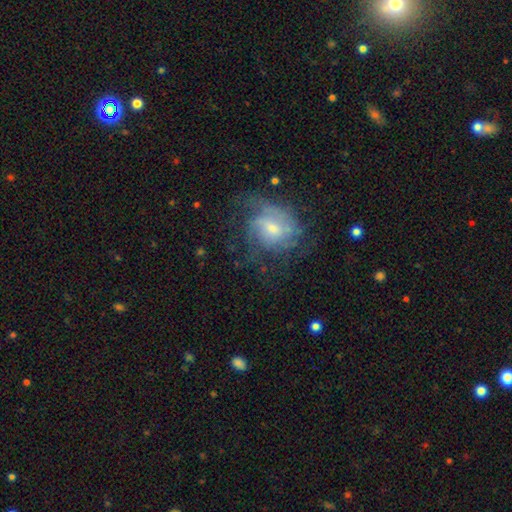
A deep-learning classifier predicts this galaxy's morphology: smooth-or-featured: featured or disk: 61% | star or artifact: 20% | smooth: 19%
  disk-edge-on: no: 96% | yes: 4%
    bar: no: 60% | weak: 33% | strong: 7%
    has-spiral-arms: yes: 88% | no: 12%
      spiral-winding: tight: 50% | medium: 36% | loose: 14%
      spiral-arm-count: can't tell: 41% | 2: 27% | 3: 14% | 1: 7% | 4: 6% | more than 4: 5%
    bulge-size: moderate: 45% | small: 44% | large: 6% | none: 3% | dominant: 2%
  merging: none: 70% | minor disturbance: 17% | major disturbance: 12% | merger: 2%